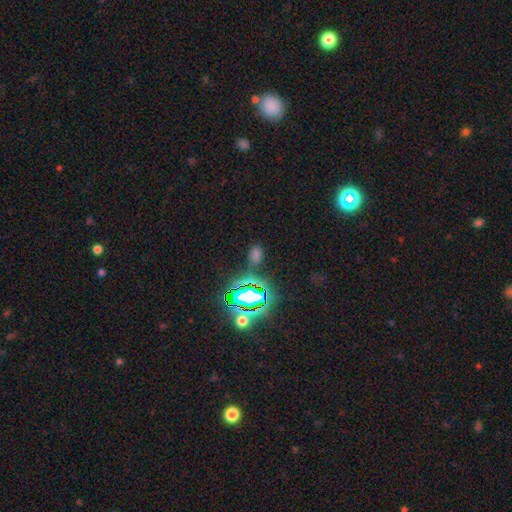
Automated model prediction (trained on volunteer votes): Smooth or featured? star or artifact (54%)